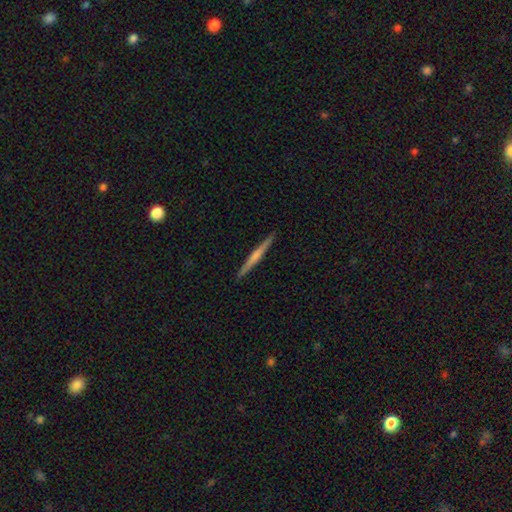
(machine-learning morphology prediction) This appears to be a featured or disk galaxy (68%) viewed edge-on (98%) with a rounded central bulge (56%). Merging: none (92%).